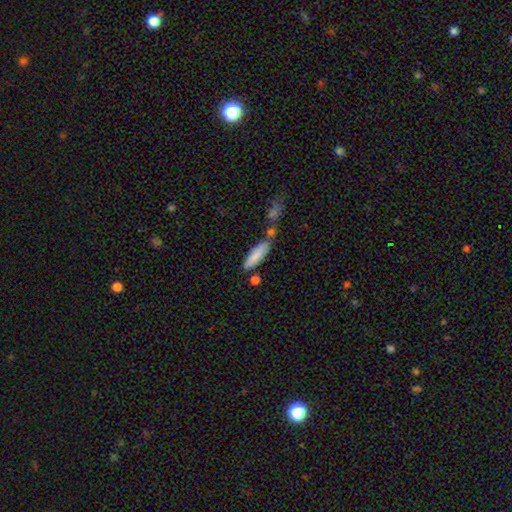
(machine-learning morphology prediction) The model was most divided on "how rounded": cigar-shaped: 60%, in between: 39%, round: 2%. More confident: smooth or featured — smooth (84%); merging — none (67%).